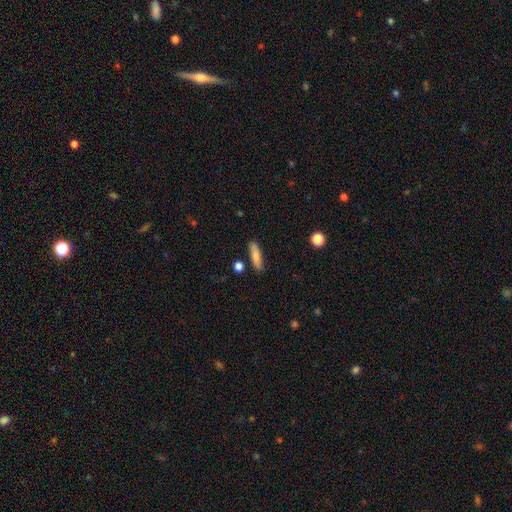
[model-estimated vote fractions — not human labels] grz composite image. It shows a smooth galaxy with no disk features (80%) that is cigar-shaped (68%). Merging: none (82%).